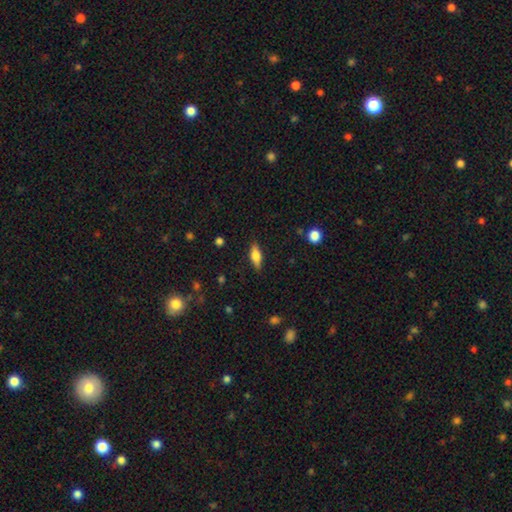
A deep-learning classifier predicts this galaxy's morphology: smooth_or_featured: smooth (p=0.64) [alt: featured or disk p=0.29]
how_rounded: in between (p=0.65) [alt: cigar-shaped p=0.32]
merging: none (p=0.85) [alt: minor disturbance p=0.11]